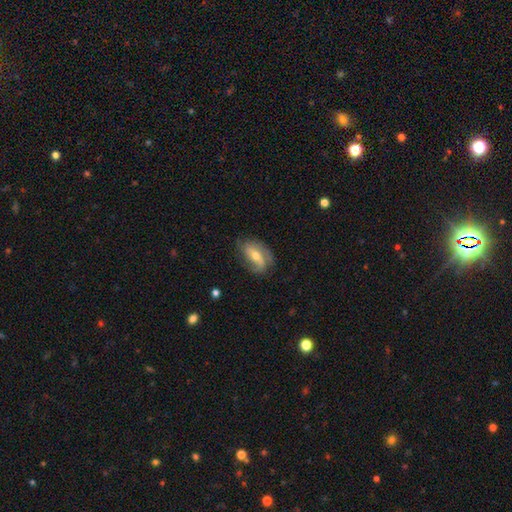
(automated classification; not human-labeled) Smooth or featured? Predicted: featured or disk (p=0.62). Edge-on disk? Predicted: no (p=0.91). Bar? Predicted: no (p=0.36). Spiral arms? Predicted: yes (p=0.81). Bulge size? Predicted: moderate (p=0.58). Merging? Predicted: none (p=0.63).